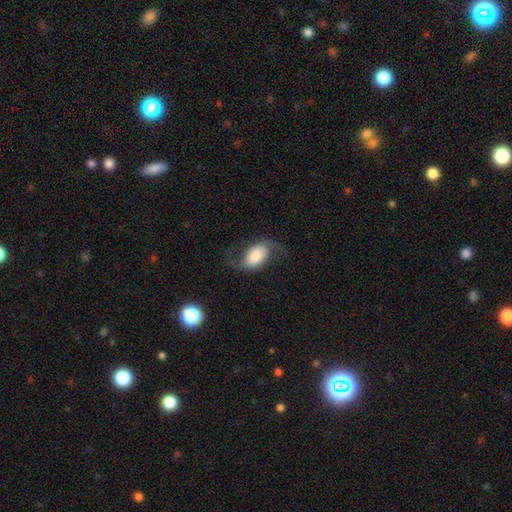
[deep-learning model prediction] Morphology: type=featured or disk (60%); edge-on=no (95%); bar=no (57%); spiral arms=yes (90%); winding=loose (74%); arm count=2 (92%); bulge=large (25%); merging=none (62%).